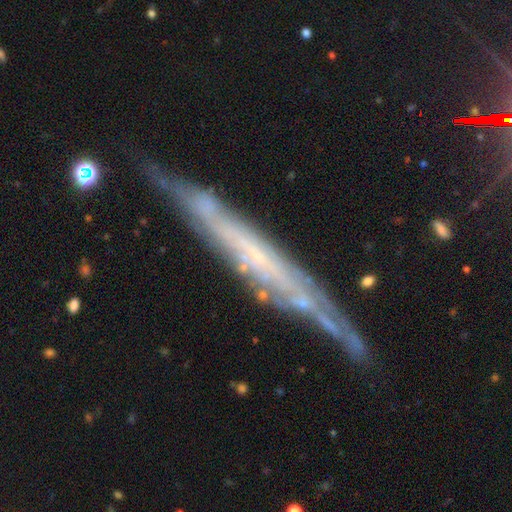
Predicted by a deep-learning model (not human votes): Morphology: type=featured or disk (75%); edge-on=yes (82%); edge-on bulge=none (76%); merging=none (74%).